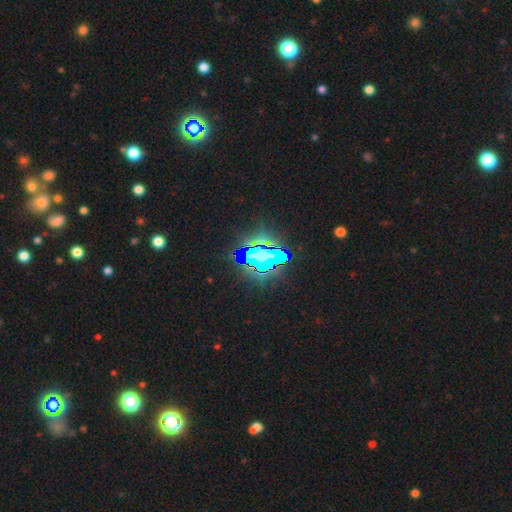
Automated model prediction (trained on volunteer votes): Smooth or featured? star or artifact (59%)